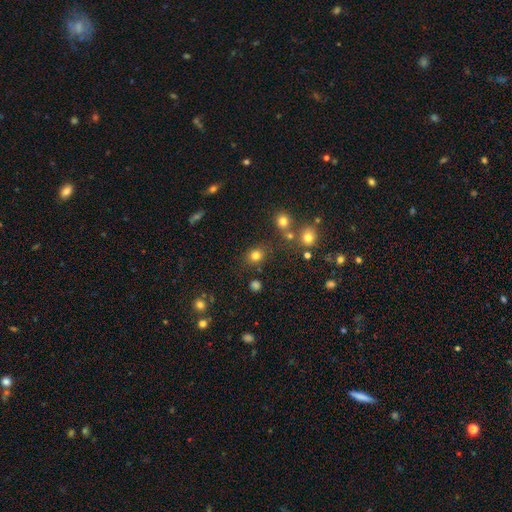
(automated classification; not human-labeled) Overall: smooth (78%). How rounded: round (78%). Merging: none (79%).